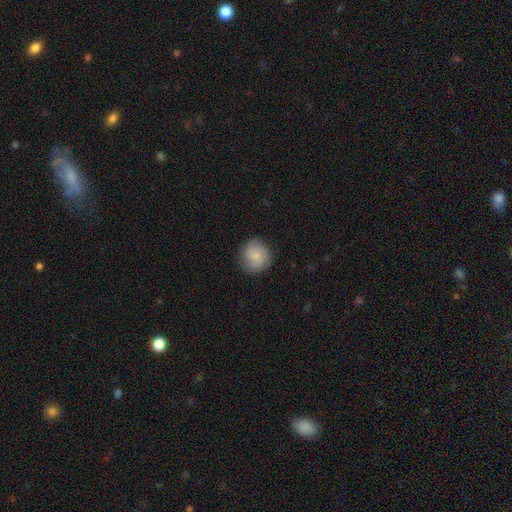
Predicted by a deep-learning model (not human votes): Overall: smooth (77%). How rounded: round (89%). Merging: none (81%).